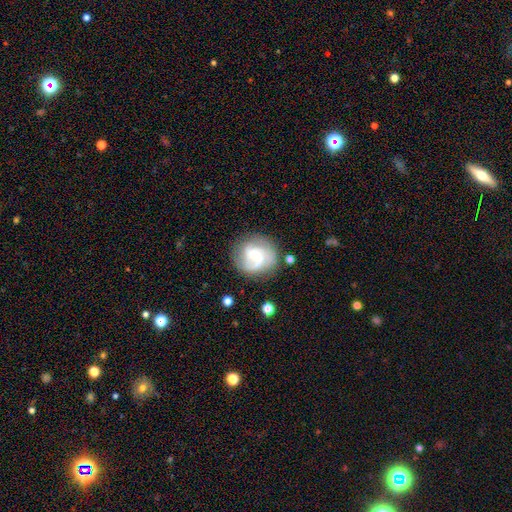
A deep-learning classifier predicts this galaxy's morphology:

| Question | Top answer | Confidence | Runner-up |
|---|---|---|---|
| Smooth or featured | featured or disk | 72% | smooth (21%) |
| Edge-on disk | no | 98% | yes (2%) |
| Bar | weak | 45% | no (43%) |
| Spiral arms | yes | 91% | no (9%) |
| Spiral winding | medium | 44% | tight (36%) |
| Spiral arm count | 2 | 52% | 3 (20%) |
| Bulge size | moderate | 54% | small (40%) |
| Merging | none | 75% | minor disturbance (16%) |